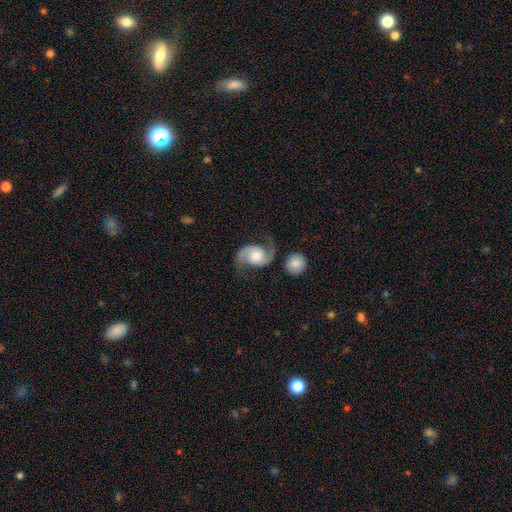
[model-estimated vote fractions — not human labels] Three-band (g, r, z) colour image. It shows a featured or disk galaxy (83%) with no bar (69%), 2 (93%) loose (56%) spiral arms (96%) and a moderate central bulge (46%). Merging: none (65%).